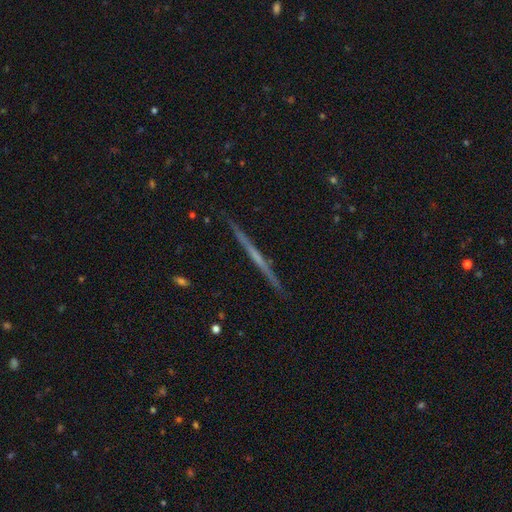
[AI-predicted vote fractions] Overall: featured or disk (68%). Edge-on disk: yes (98%). Edge-on bulge: none (79%). Merging: none (92%).